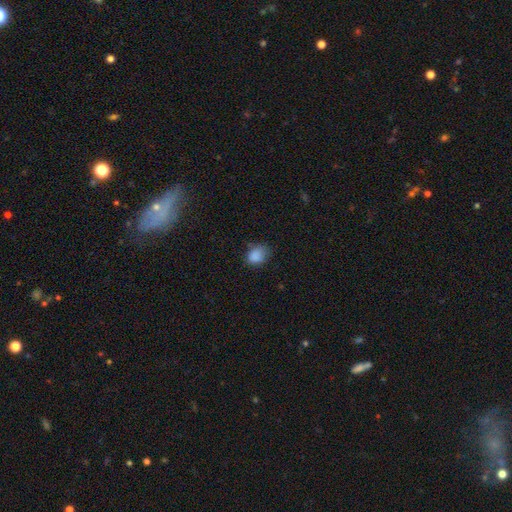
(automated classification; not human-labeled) smooth 85%, star or artifact 10%, featured or disk 5%. Down the decision tree: how rounded — in between (53%); merging — none (62%).